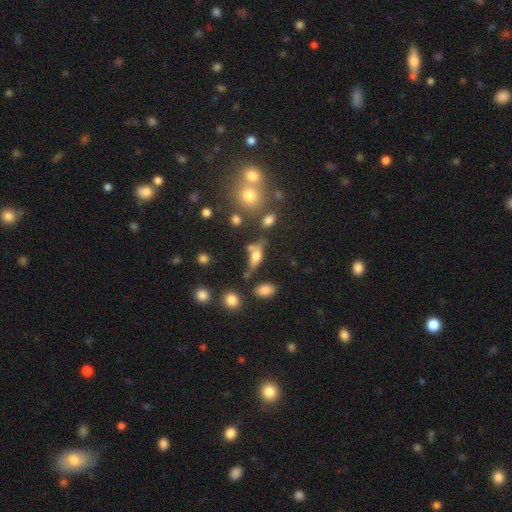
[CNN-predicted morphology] This is possibly a smooth galaxy (55%). How rounded: likely in between (65%). Merging: possibly none (53%).